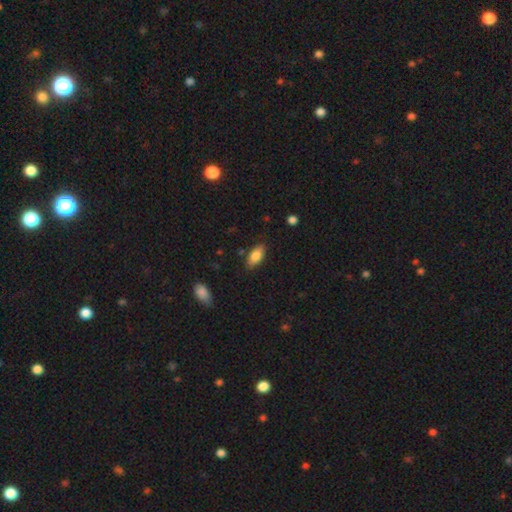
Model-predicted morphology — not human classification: Smooth or featured?
  - smooth: 83% *
  - featured or disk: 10%
  - star or artifact: 7%
How rounded?
  - in between: 87% *
  - cigar-shaped: 10%
  - round: 3%
Merging?
  - none: 83% *
  - minor disturbance: 13%
  - major disturbance: 3%
  - merger: 2%